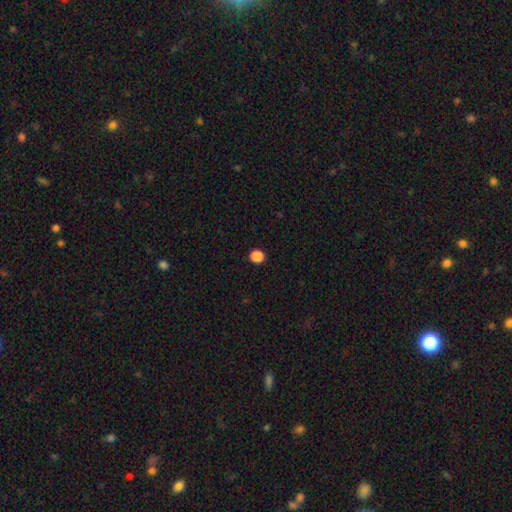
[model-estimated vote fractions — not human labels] This appears to be a smooth galaxy with no disk features (85%) that is round (74%). Merging: none (92%).